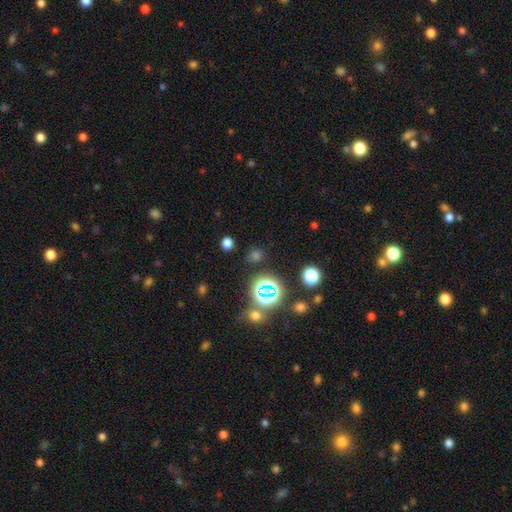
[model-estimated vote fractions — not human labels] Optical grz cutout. It shows a star or artifact, not a galaxy (48%).